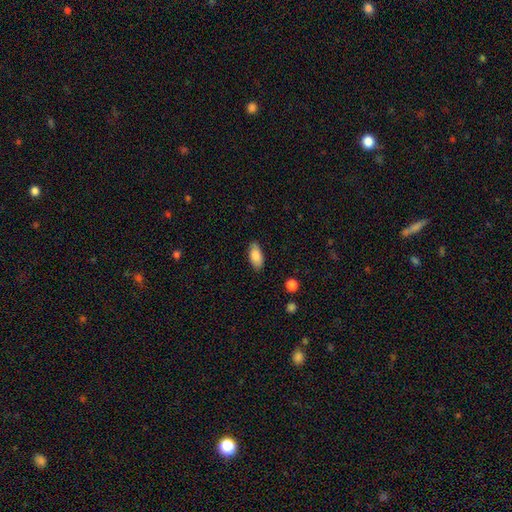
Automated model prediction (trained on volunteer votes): Smooth or featured? smooth (86%)
How rounded? in between (89%)
Merging? none (85%)